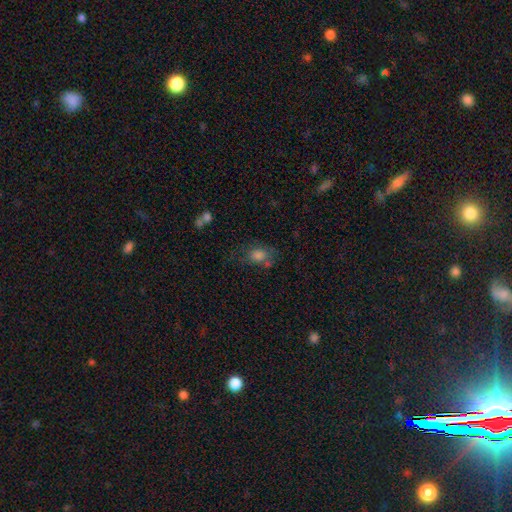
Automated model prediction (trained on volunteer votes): This appears to be a smooth galaxy with no disk features (66%) that is in between round and cigar-shaped (62%). Merging: none (59%).